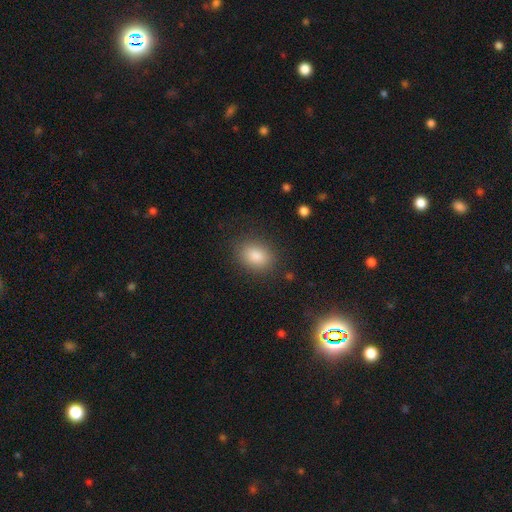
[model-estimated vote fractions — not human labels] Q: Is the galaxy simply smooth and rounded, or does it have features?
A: smooth — 83%.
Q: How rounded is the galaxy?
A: in between — 65%.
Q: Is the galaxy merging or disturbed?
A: none — 86%.